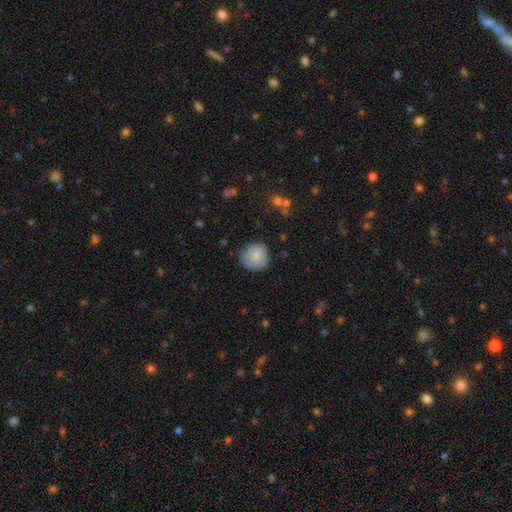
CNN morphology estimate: Smooth or featured: smooth — 79% (featured or disk — 15%)
How rounded: round — 89% (in between — 10%)
Merging: none — 78% (minor disturbance — 17%)